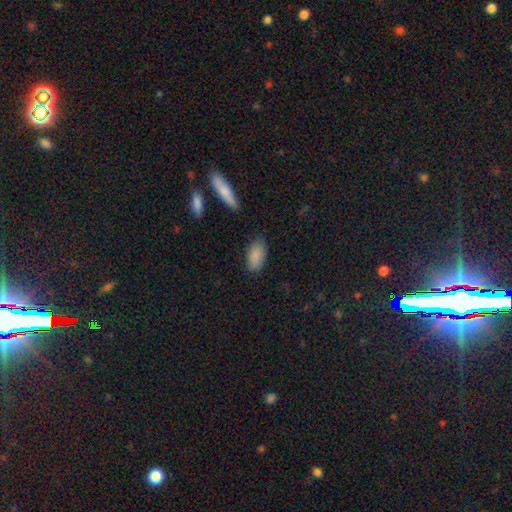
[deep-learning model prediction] smooth-or-featured: smooth: 87% | star or artifact: 7% | featured or disk: 6%
  how-rounded: in between: 93% | cigar-shaped: 4% | round: 3%
  merging: none: 80% | minor disturbance: 15% | major disturbance: 3% | merger: 2%